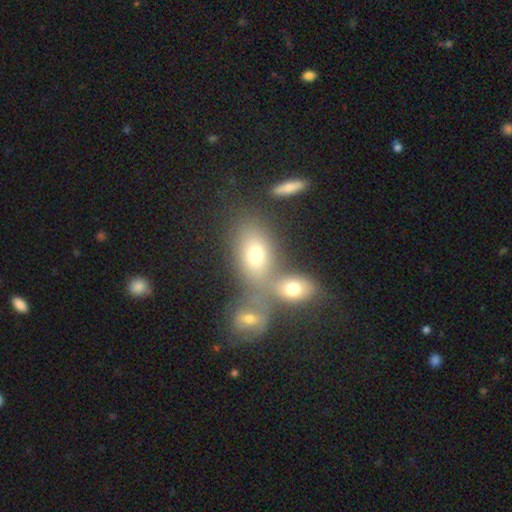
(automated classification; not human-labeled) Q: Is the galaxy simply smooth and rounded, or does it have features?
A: smooth — 64%.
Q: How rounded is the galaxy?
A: in between — 83%.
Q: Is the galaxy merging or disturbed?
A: none — 42%.